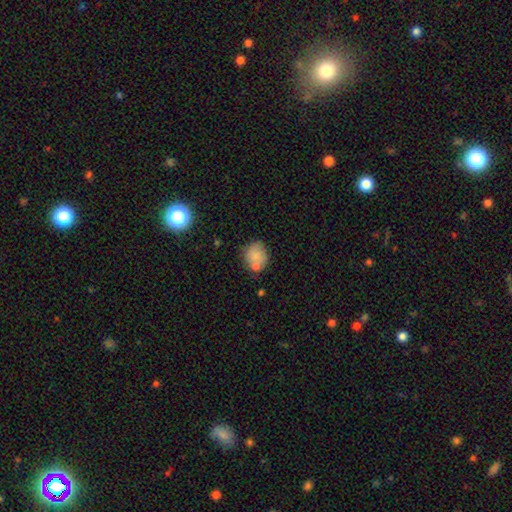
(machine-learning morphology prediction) smooth 77%, featured or disk 14%, star or artifact 9%. Down the decision tree: how rounded — round (67%); merging — none (57%).